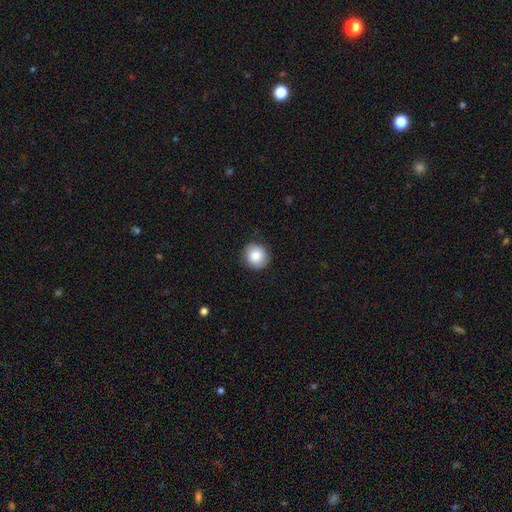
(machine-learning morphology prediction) The model was most divided on "merging": none: 87%, minor disturbance: 10%, major disturbance: 2%, merger: 1%. More confident: how rounded — round (90%); smooth or featured — smooth (86%).